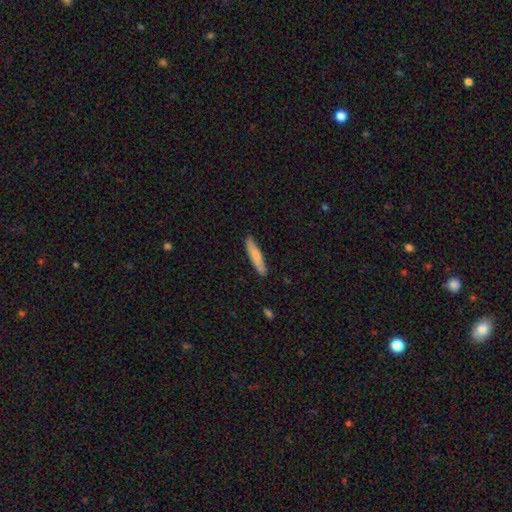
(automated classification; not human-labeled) smooth 75%, featured or disk 20%, star or artifact 5%. Down the decision tree: how rounded — cigar-shaped (85%); merging — none (87%).